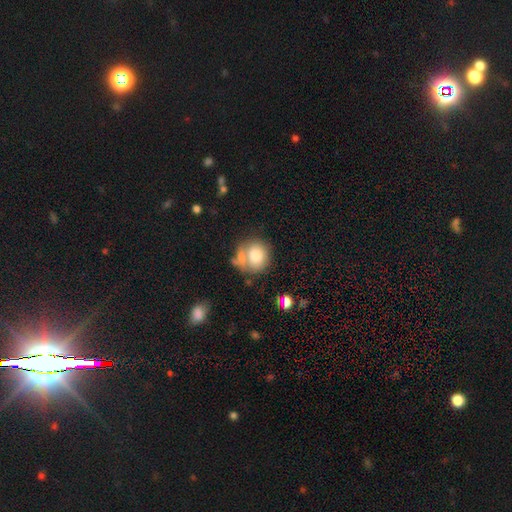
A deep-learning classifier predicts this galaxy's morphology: smooth-or-featured: smooth: 77% | featured or disk: 15% | star or artifact: 8%
  how-rounded: round: 82% | in between: 17% | cigar-shaped: 1%
  merging: none: 48% | merger: 30% | minor disturbance: 15% | major disturbance: 7%